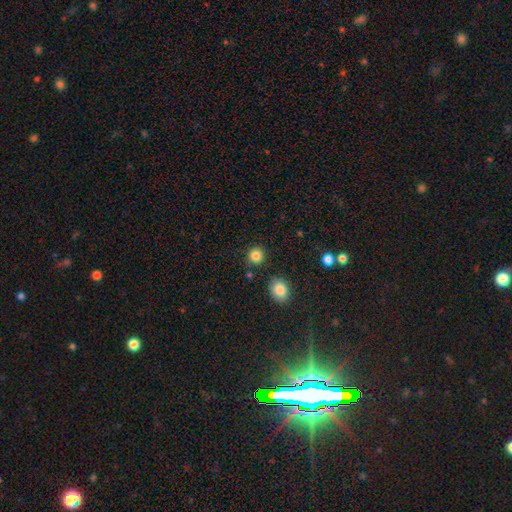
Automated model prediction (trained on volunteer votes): Q: Smooth or featured?
A: smooth (85%); runner-up: star or artifact (11%)
Q: How rounded?
A: round (89%); runner-up: in between (10%)
Q: Merging?
A: none (86%); runner-up: minor disturbance (8%)